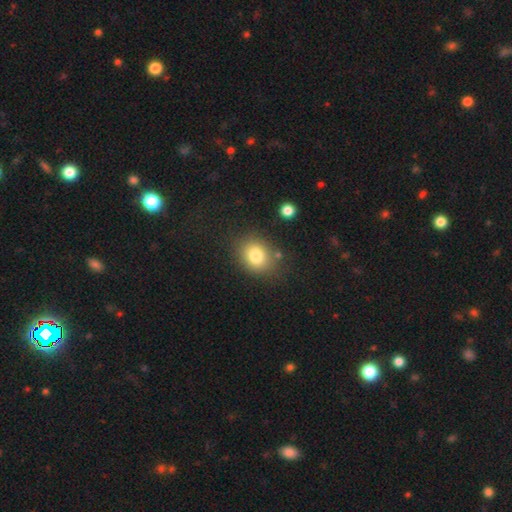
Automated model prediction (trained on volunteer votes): Smooth or featured?
  - smooth: 81% *
  - star or artifact: 11%
  - featured or disk: 9%
How rounded?
  - round: 54% *
  - in between: 45%
  - cigar-shaped: 1%
Merging?
  - none: 79% *
  - minor disturbance: 12%
  - merger: 5%
  - major disturbance: 4%